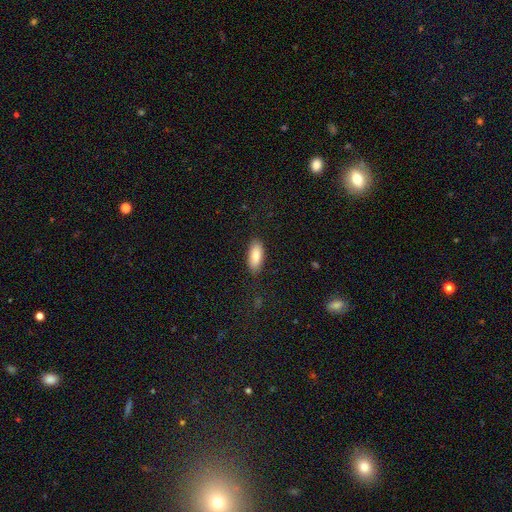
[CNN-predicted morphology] The model was most divided on "how rounded": in between: 84%, cigar-shaped: 15%, round: 2%. More confident: merging — none (86%); smooth or featured — smooth (85%).